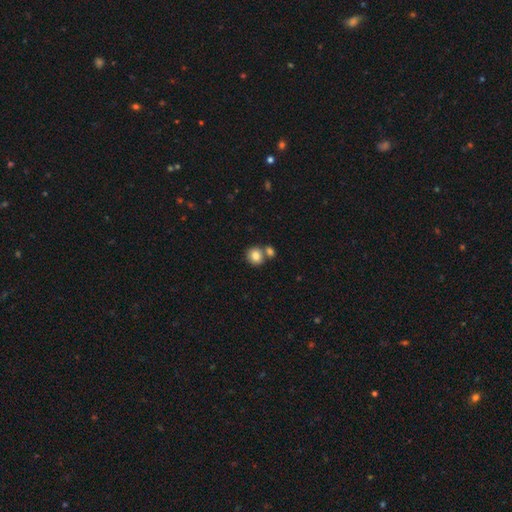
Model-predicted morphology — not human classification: smooth_or_featured: smooth (p=0.83) [alt: star or artifact p=0.09]
how_rounded: round (p=0.78) [alt: in between p=0.21]
merging: none (p=0.54) [alt: merger p=0.35]